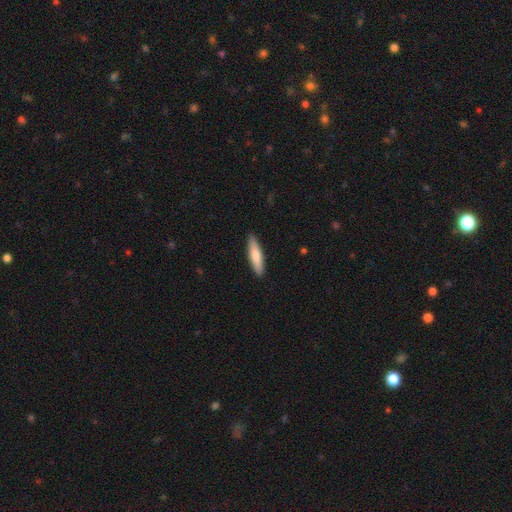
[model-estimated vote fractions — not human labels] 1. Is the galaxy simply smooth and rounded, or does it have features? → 76% smooth, 19% featured or disk, 5% star or artifact.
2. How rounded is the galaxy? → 75% cigar-shaped, 23% in between, 1% round.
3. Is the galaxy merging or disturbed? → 90% none, 7% minor disturbance, 2% major disturbance, 1% merger.